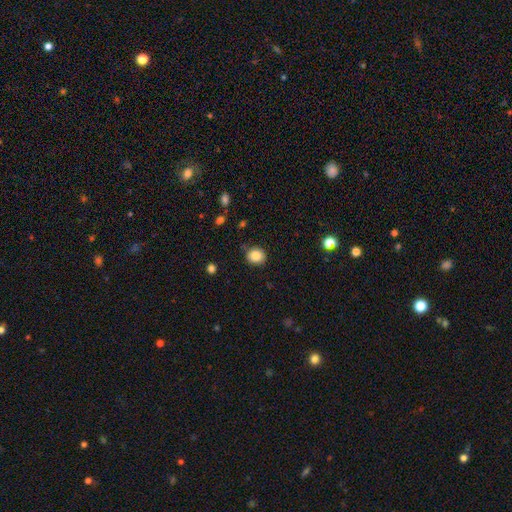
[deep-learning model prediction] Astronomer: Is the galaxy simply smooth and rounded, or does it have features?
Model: smooth — 85%.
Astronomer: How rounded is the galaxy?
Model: round — 74%.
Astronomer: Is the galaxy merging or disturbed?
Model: none — 85%.